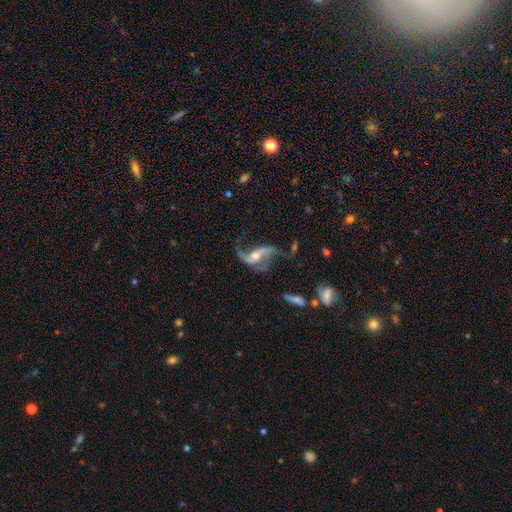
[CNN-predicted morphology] A featured or disk galaxy (85%) with a weak bar (40%), 2 (87%) loose (83%) spiral arms (93%) and a moderate central bulge (54%). Merging: none (52%).